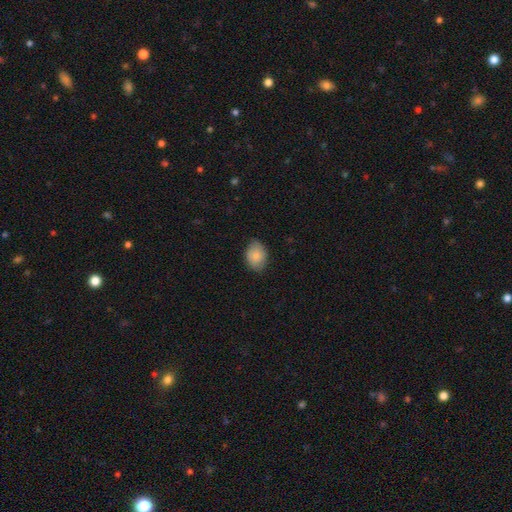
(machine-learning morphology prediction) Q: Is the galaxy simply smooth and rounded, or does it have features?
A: smooth — 84%.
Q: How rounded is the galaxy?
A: in between — 72%.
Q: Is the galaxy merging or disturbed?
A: none — 75%.